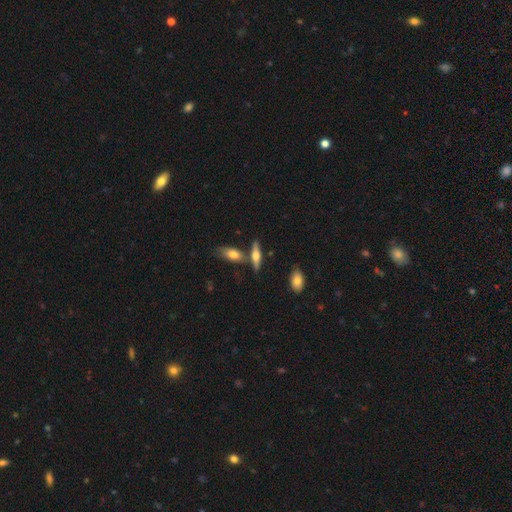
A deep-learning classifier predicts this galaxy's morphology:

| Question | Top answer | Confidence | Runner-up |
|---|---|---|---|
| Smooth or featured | featured or disk | 53% | smooth (40%) |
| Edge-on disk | yes | 93% | no (7%) |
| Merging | none | 70% | merger (16%) |